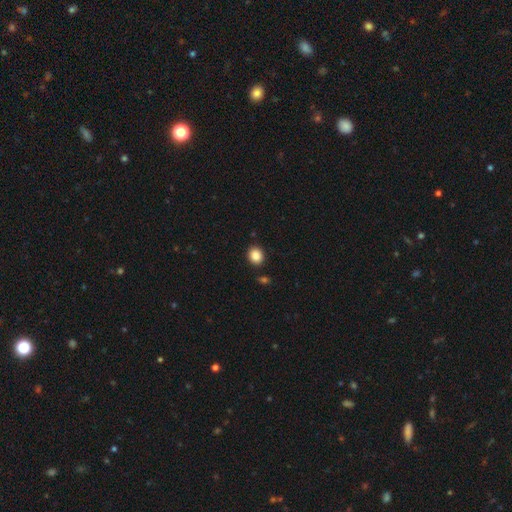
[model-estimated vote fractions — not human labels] The model was most divided on "how rounded": round: 72%, in between: 27%, cigar-shaped: 1%. More confident: merging — none (88%); smooth or featured — smooth (87%).